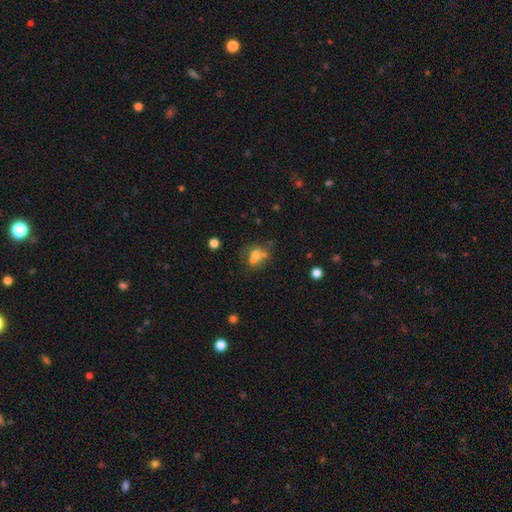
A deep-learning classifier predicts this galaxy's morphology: This is likely a smooth galaxy (62%). How rounded: possibly in between (55%). Merging: marginally merger (39%).